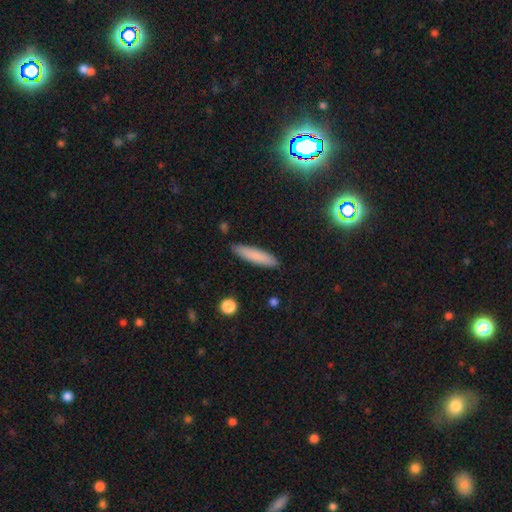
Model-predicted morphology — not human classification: Q: Smooth or featured?
A: smooth (81%); runner-up: featured or disk (11%)
Q: How rounded?
A: cigar-shaped (84%); runner-up: in between (15%)
Q: Merging?
A: none (88%); runner-up: minor disturbance (9%)